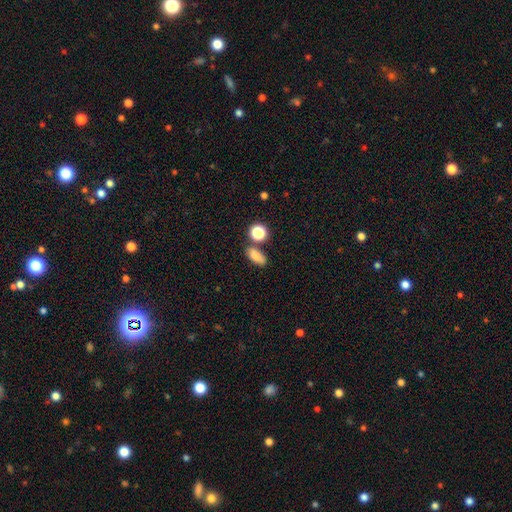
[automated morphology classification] Overall: smooth (80%). How rounded: in between (76%). Merging: none (69%).